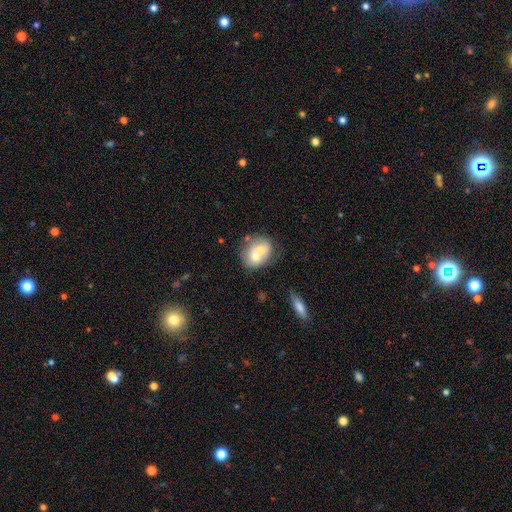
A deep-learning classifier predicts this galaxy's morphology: smooth_or_featured: smooth (p=0.61) [alt: featured or disk p=0.31]
how_rounded: round (p=0.58) [alt: in between p=0.41]
merging: merger (p=0.58) [alt: none p=0.27]